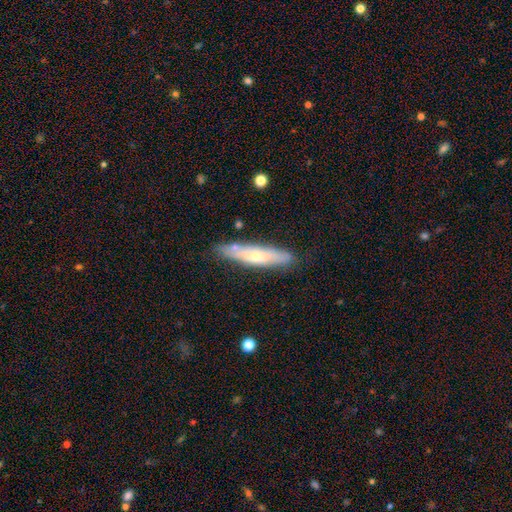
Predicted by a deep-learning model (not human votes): Smooth or featured? featured or disk (48%)
Merging? none (81%)